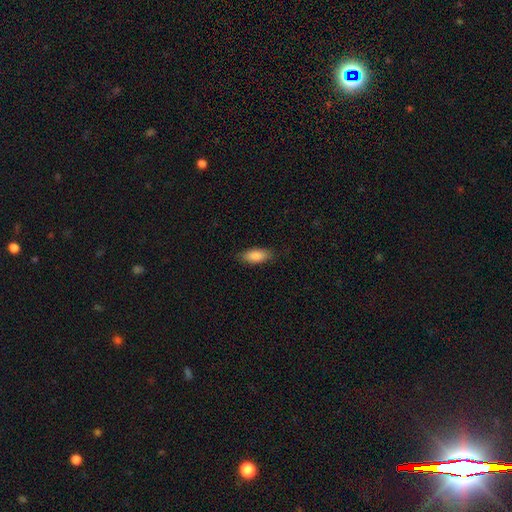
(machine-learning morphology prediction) Smooth or featured?
  - smooth: 87% *
  - featured or disk: 7%
  - star or artifact: 6%
How rounded?
  - in between: 87% *
  - cigar-shaped: 11%
  - round: 2%
Merging?
  - none: 83% *
  - minor disturbance: 13%
  - major disturbance: 3%
  - merger: 1%